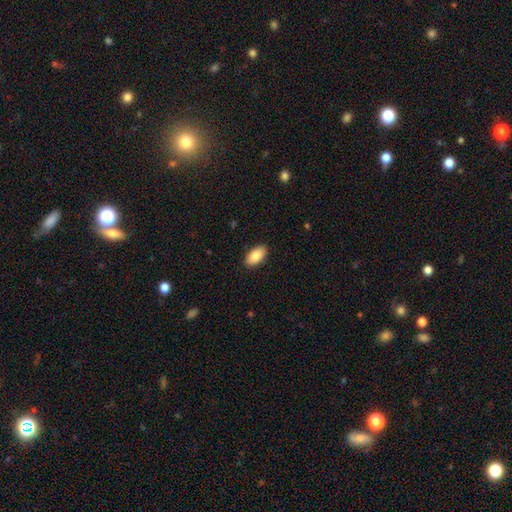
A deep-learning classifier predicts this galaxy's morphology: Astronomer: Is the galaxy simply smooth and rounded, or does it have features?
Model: smooth — 88%.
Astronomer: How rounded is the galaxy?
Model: in between — 95%.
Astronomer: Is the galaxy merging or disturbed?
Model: none — 89%.